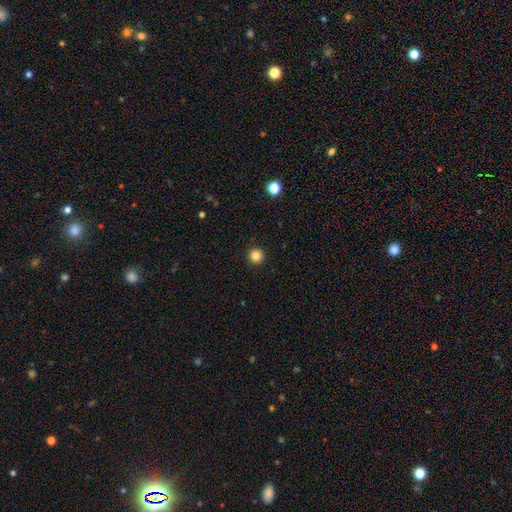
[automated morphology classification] This appears to be a smooth galaxy with no disk features (85%) that is round (96%). Merging: none (93%).